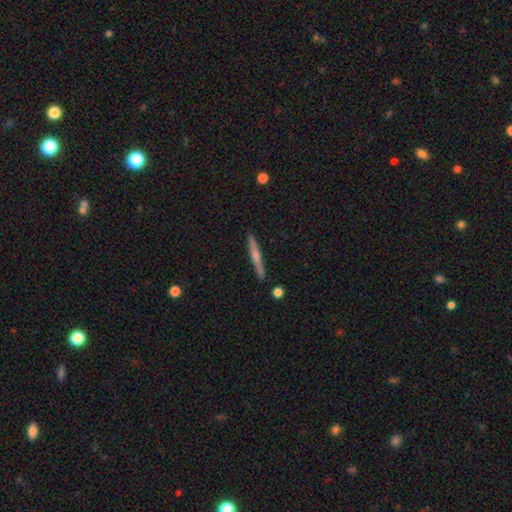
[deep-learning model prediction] smooth_or_featured: featured or disk (p=0.50) [alt: smooth p=0.44]
merging: none (p=0.89) [alt: minor disturbance p=0.07]